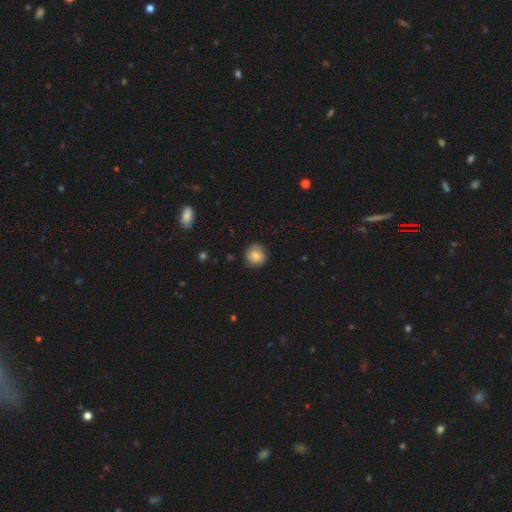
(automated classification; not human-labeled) A smooth galaxy with no disk features (80%) that is round (89%). Merging: none (82%).